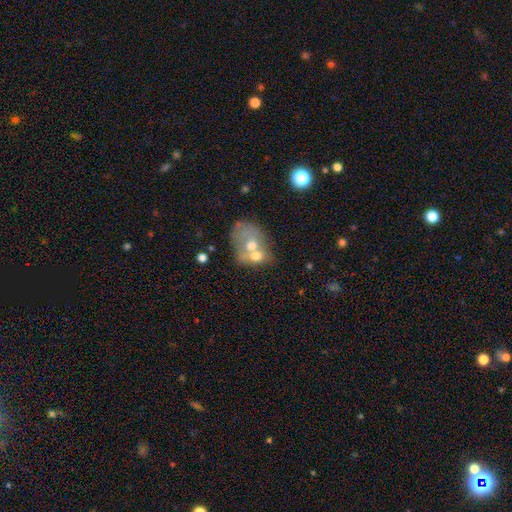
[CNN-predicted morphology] smooth-or-featured: smooth: 54% | featured or disk: 37% | star or artifact: 10%
  how-rounded: in between: 58% | round: 41% | cigar-shaped: 1%
  merging: merger: 66% | none: 18% | minor disturbance: 9% | major disturbance: 8%